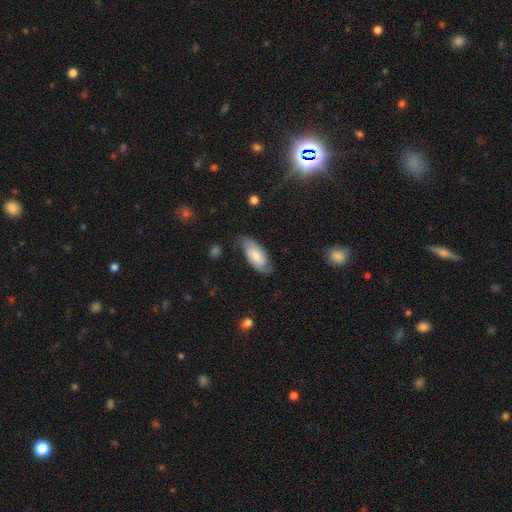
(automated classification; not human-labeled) The model was most divided on "smooth or featured": smooth: 54%, featured or disk: 39%, star or artifact: 7%. More confident: how rounded — in between (85%); merging — none (70%).